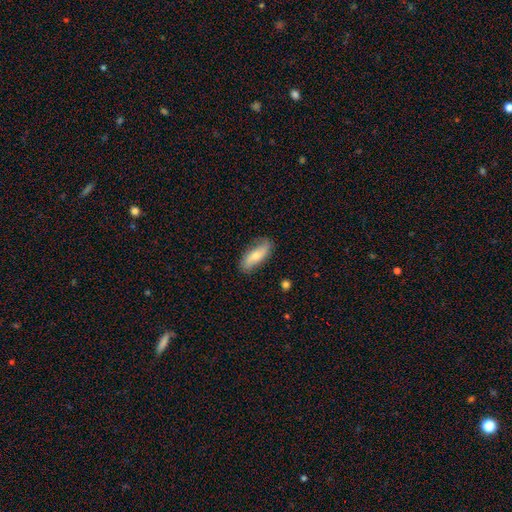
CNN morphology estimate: Overall: smooth (57%; featured or disk 37%). How rounded: in between (70%). Merging: none (80%).